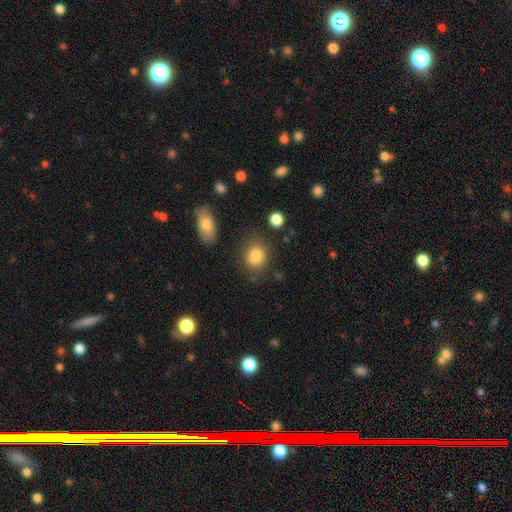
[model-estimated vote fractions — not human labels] This is clearly a smooth galaxy (85%). How rounded: possibly round (49%, tied with in between). Merging: likely none (75%).